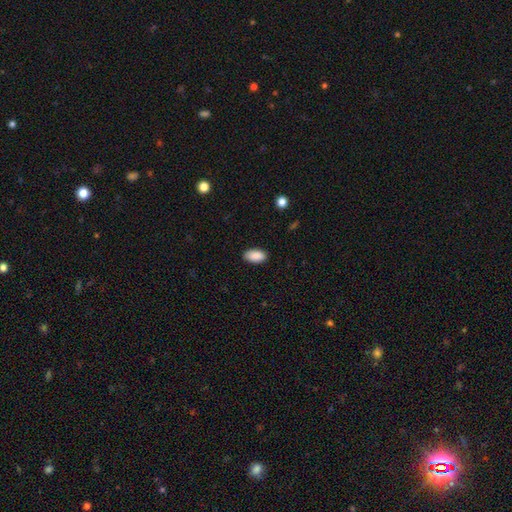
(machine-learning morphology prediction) type=smooth (90%); roundness=in between (94%); merging=none (88%).